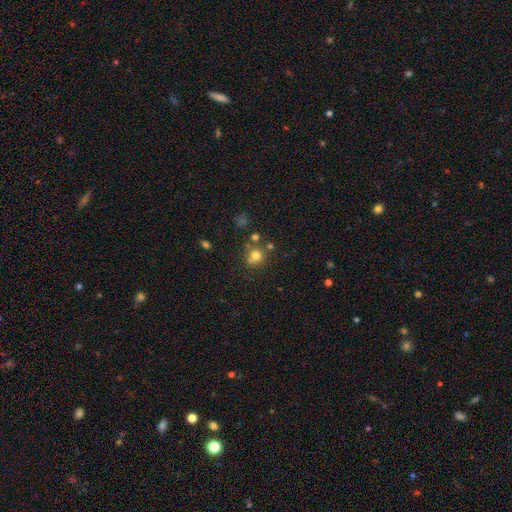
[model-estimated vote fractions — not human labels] Morphology: type=smooth (72%); roundness=round (86%); merging=none (64%).